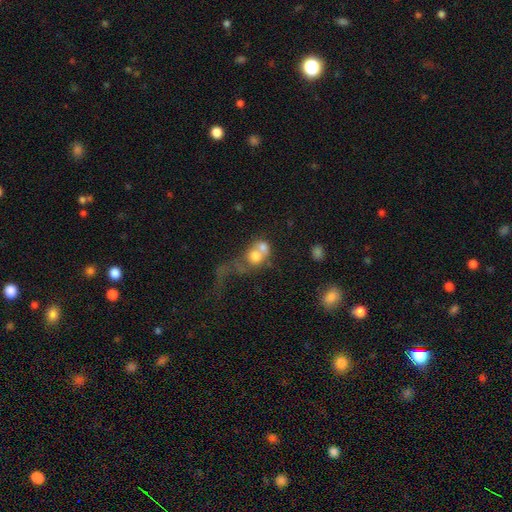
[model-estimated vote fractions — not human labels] Smooth or featured?
  - smooth: 63% *
  - featured or disk: 26%
  - star or artifact: 11%
How rounded?
  - round: 61% *
  - in between: 37%
  - cigar-shaped: 2%
Merging?
  - merger: 66% *
  - major disturbance: 16%
  - none: 13%
  - minor disturbance: 6%